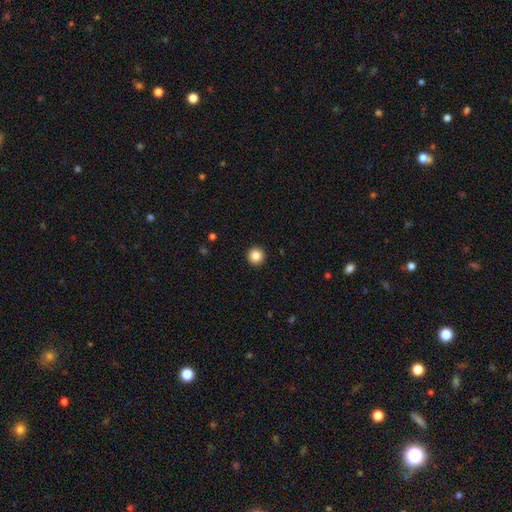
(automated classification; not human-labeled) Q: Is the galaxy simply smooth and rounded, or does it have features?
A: smooth — 86%.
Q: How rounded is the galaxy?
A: round — 96%.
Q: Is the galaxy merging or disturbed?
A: none — 94%.